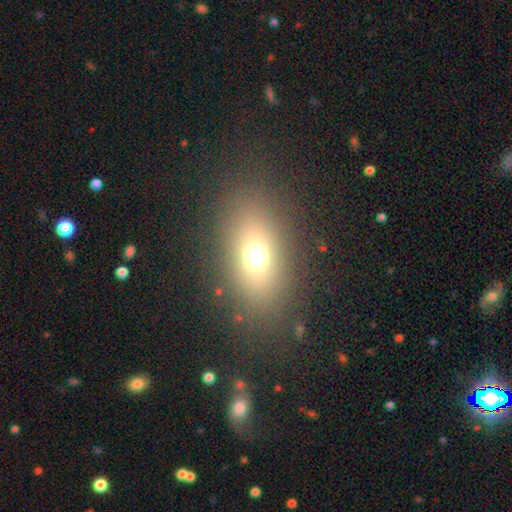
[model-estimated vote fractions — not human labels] This appears to be a smooth galaxy with no disk features (65%) that is in between round and cigar-shaped (72%). Merging: none (83%).